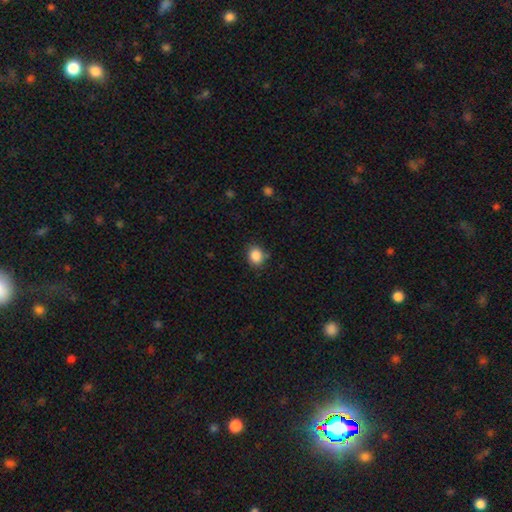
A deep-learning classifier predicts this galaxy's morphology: Q: Smooth or featured?
A: smooth (87%); runner-up: star or artifact (9%)
Q: How rounded?
A: round (65%); runner-up: in between (34%)
Q: Merging?
A: none (79%); runner-up: minor disturbance (15%)